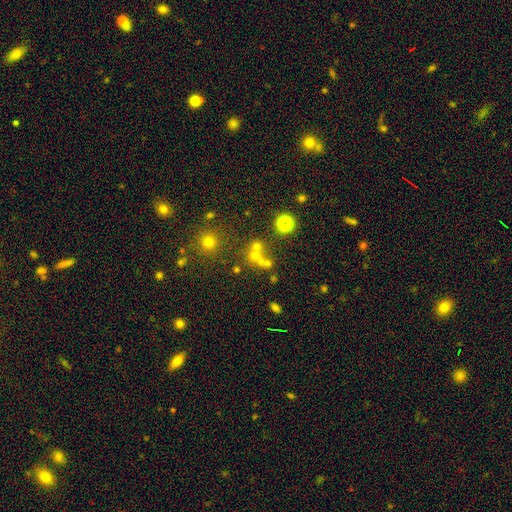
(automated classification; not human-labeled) The model was most divided on "merging": none: 50%, merger: 36%, minor disturbance: 9%, major disturbance: 6%. More confident: how rounded — round (81%); smooth or featured — smooth (54%).